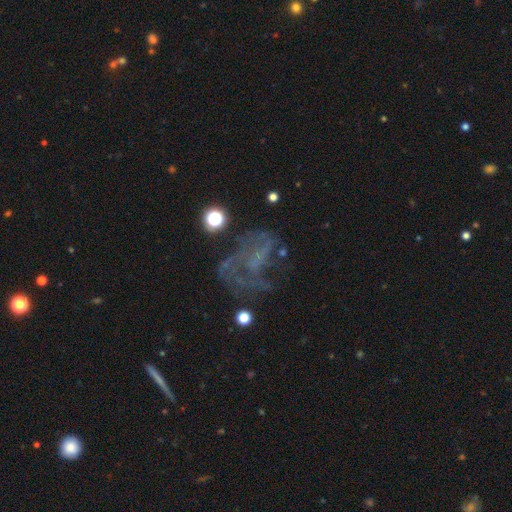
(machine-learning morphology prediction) A featured or disk galaxy (62%) with no bar (61%), spiral arms (65%) and no central bulge (67%). Merging: none (41%).